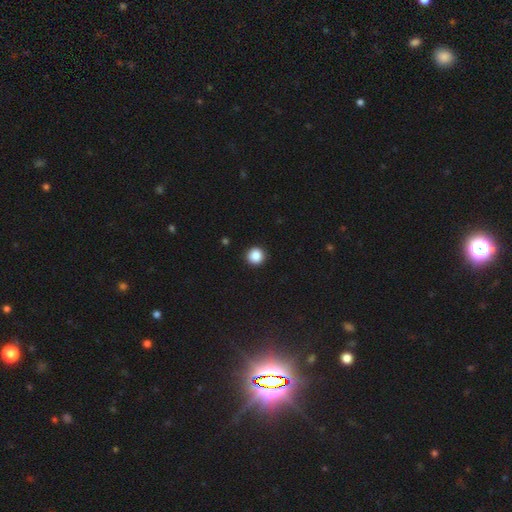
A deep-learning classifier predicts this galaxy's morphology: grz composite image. It shows a smooth galaxy with no disk features (87%) that is round (95%). Merging: none (93%).